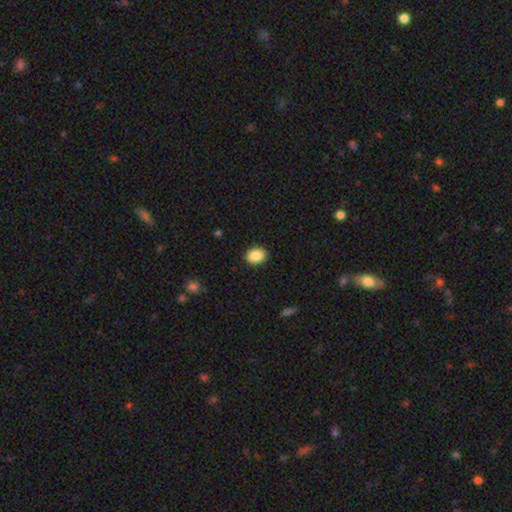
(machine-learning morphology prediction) type=smooth (89%); roundness=in between (68%); merging=none (90%).